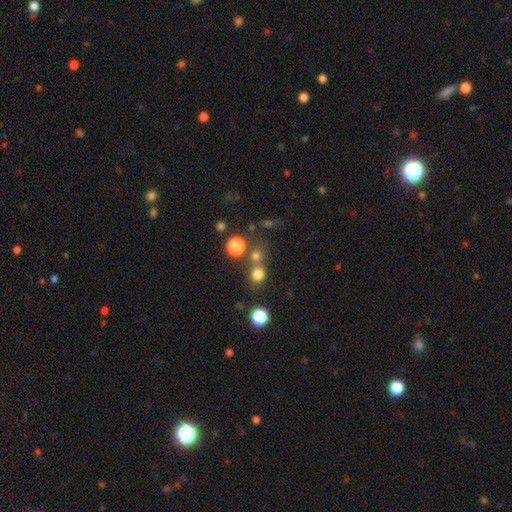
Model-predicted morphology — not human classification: smooth 73%, star or artifact 19%, featured or disk 8%. Down the decision tree: how rounded — round (85%); merging — none (59%).